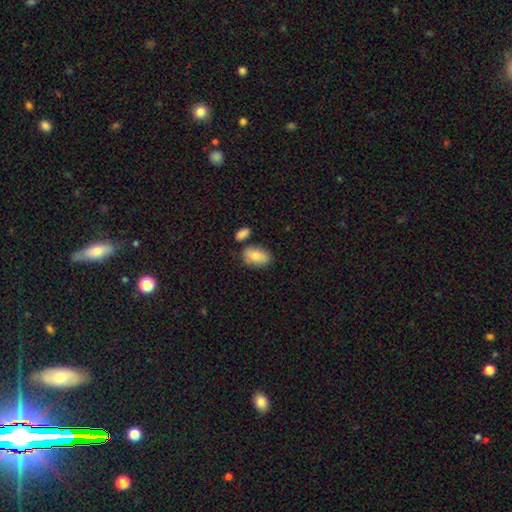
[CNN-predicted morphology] type=smooth (79%); roundness=in between (91%); merging=none (70%).